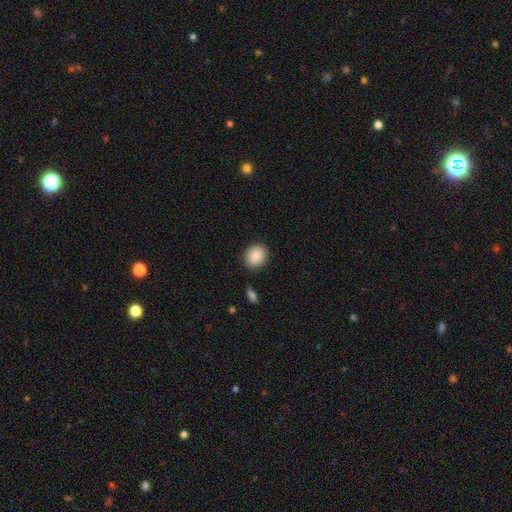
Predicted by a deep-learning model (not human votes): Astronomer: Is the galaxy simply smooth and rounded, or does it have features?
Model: smooth — 89%.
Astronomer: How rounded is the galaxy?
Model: round — 54% (runner-up: in between, 45%).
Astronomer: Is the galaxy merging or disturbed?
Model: none — 86%.